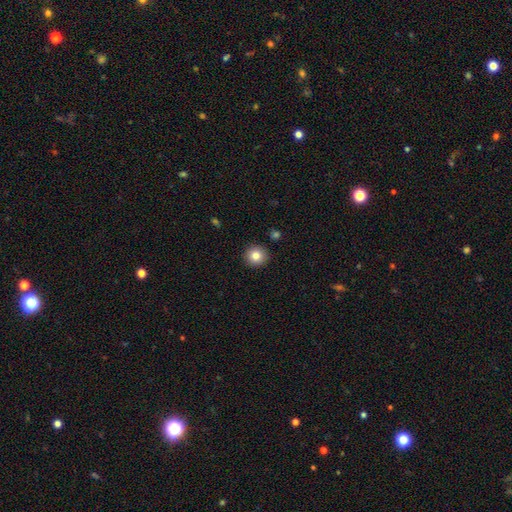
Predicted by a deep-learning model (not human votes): Morphology: type=smooth (82%); roundness=round (94%); merging=none (91%).